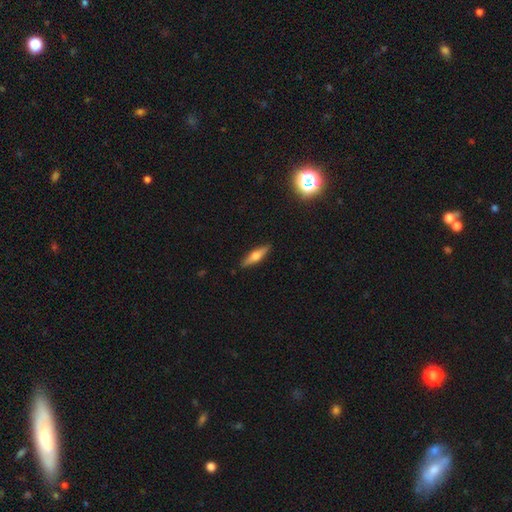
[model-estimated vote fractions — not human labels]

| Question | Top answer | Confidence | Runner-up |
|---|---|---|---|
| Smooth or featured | featured or disk | 49% | smooth (44%) |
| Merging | none | 89% | minor disturbance (8%) |